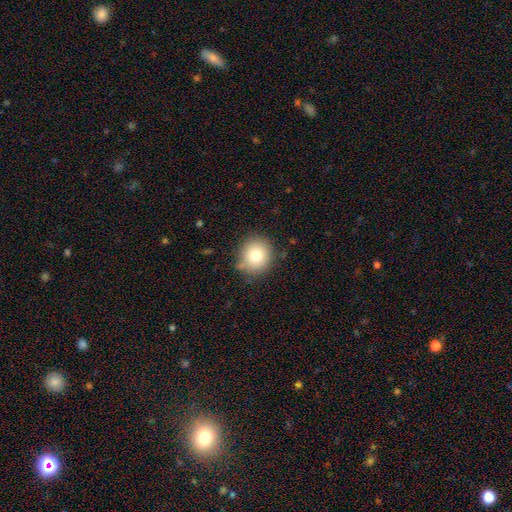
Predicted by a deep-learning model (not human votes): Smooth or featured: smooth — 78% (star or artifact — 11%)
How rounded: round — 87% (in between — 12%)
Merging: none — 81% (minor disturbance — 13%)